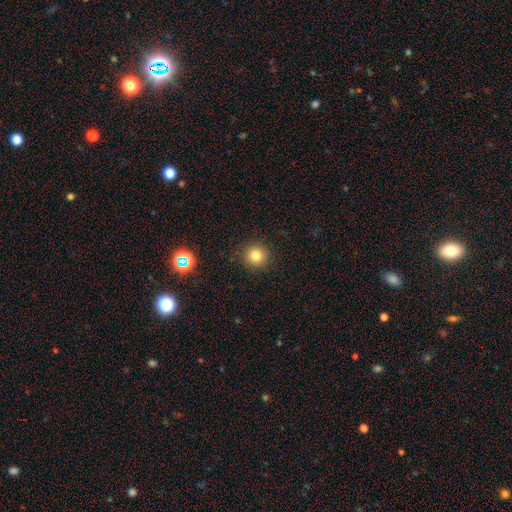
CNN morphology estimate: The model was most divided on "smooth or featured": smooth: 79%, star or artifact: 14%, featured or disk: 7%. More confident: how rounded — round (94%); merging — none (91%).